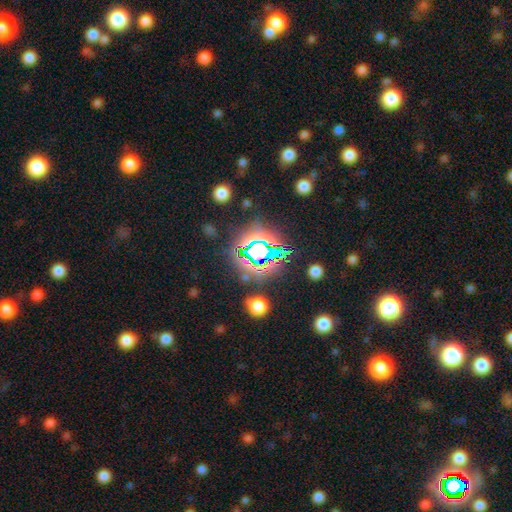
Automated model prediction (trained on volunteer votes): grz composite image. It shows a star or artifact, not a galaxy (77%).